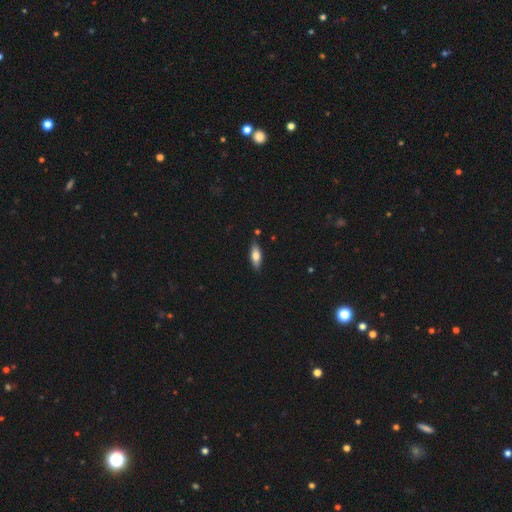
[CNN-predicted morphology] A smooth galaxy with no disk features (71%) that is in between round and cigar-shaped (68%). Merging: none (84%).